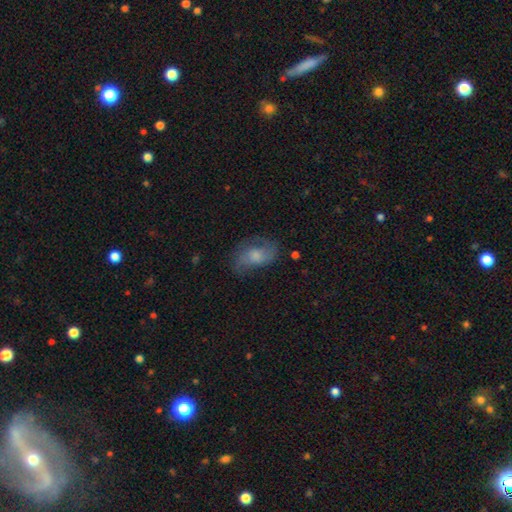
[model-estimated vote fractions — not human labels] Smooth or featured? Predicted: featured or disk (p=0.55). Edge-on disk? Predicted: no (p=0.95). Bar? Predicted: no (p=0.66). Spiral arms? Predicted: yes (p=0.84). Bulge size? Predicted: moderate (p=0.37). Merging? Predicted: none (p=0.59).